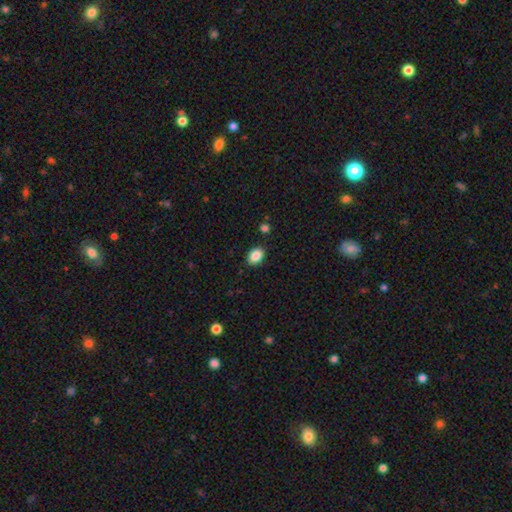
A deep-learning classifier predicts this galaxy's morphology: This appears to be a smooth galaxy with no disk features (88%) that is in between round and cigar-shaped (81%). Merging: none (87%).